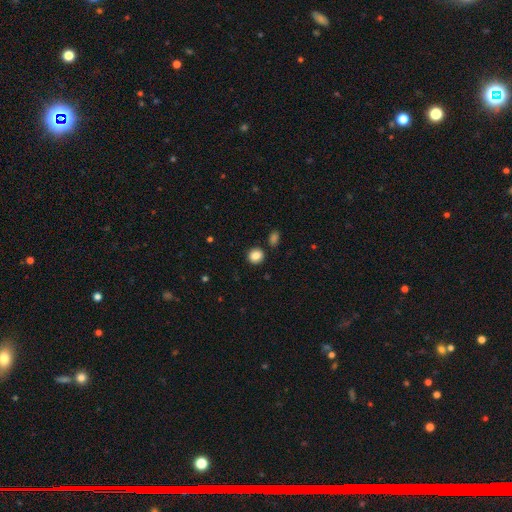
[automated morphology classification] Q: Smooth or featured?
A: smooth (86%); runner-up: star or artifact (10%)
Q: How rounded?
A: round (85%); runner-up: in between (14%)
Q: Merging?
A: none (87%); runner-up: minor disturbance (7%)